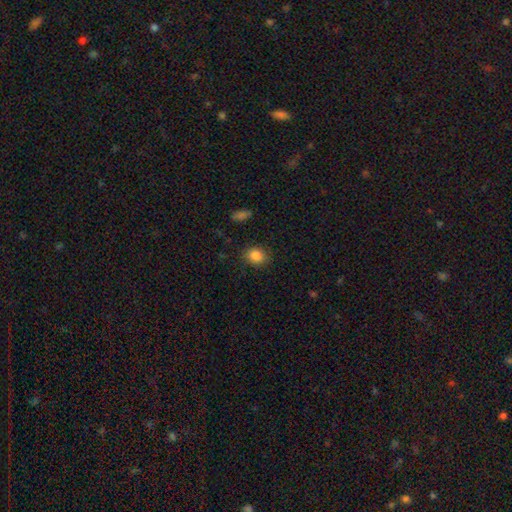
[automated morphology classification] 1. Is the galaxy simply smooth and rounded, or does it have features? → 85% smooth, 10% star or artifact, 5% featured or disk.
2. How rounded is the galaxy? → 56% round, 43% in between, 1% cigar-shaped.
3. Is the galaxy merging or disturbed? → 86% none, 10% minor disturbance, 3% major disturbance, 1% merger.